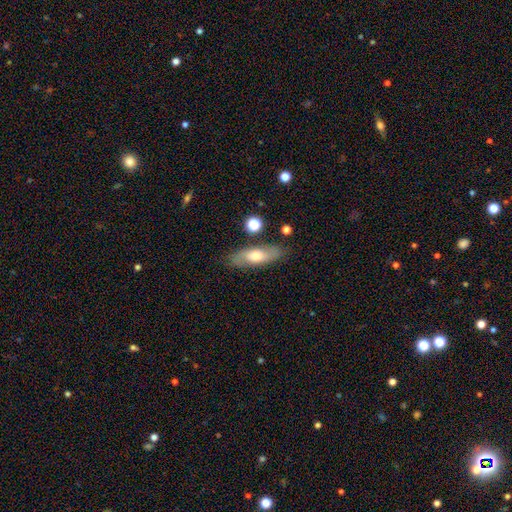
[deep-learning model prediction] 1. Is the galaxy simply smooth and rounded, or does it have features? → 55% smooth, 38% featured or disk, 7% star or artifact.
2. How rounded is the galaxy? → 59% in between, 38% cigar-shaped, 4% round.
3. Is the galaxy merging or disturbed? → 79% none, 14% minor disturbance, 4% major disturbance, 3% merger.